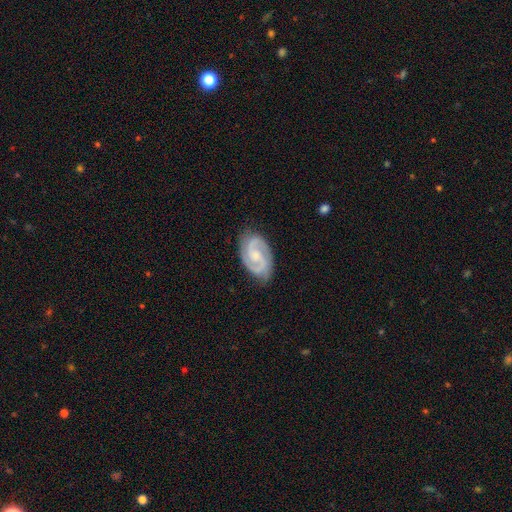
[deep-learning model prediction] Overall: featured or disk (91%). Edge-on disk: no (98%). Bar: no (50%; weak 41%). Spiral arms: yes (98%). Spiral arm count: 2 (93%). Spiral winding: medium (48%; tight 43%). Bulge size: small (51%; moderate 35%). Merging: none (83%).